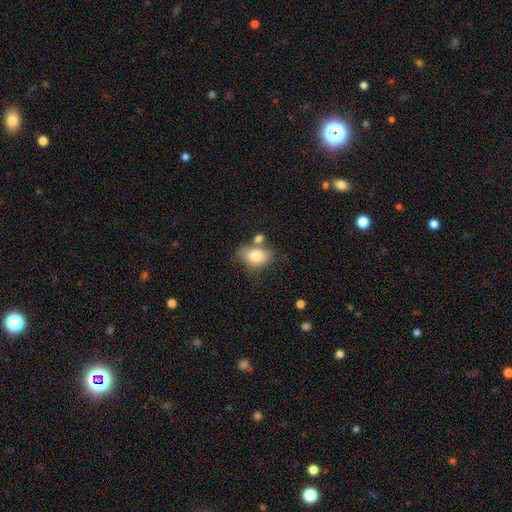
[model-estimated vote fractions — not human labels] Overall: smooth (78%). How rounded: in between (78%). Merging: none (46%; merger 23%).